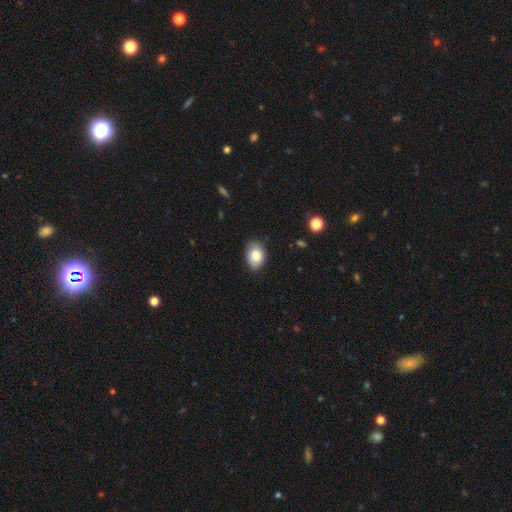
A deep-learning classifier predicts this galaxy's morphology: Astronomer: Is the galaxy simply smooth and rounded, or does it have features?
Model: smooth — 83%.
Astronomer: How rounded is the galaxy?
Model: in between — 81%.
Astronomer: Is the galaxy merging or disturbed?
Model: none — 81%.